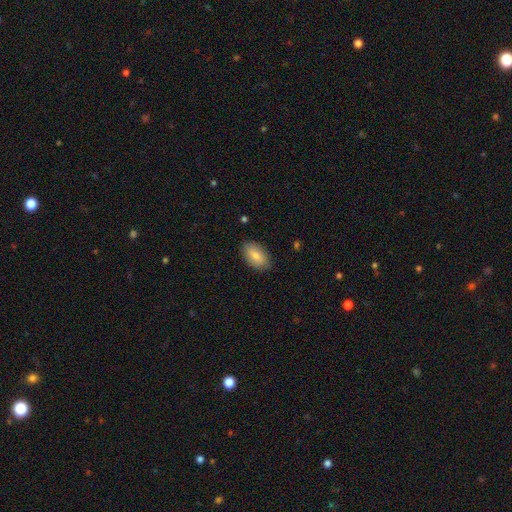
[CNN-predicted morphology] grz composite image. It shows a smooth galaxy with no disk features (81%) that is in between round and cigar-shaped (93%). Merging: none (84%).